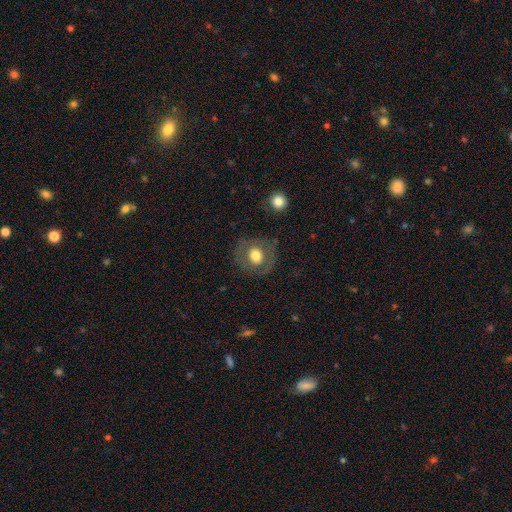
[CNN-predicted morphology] smooth_or_featured: smooth (p=0.59) [alt: featured or disk p=0.33]
how_rounded: round (p=0.82) [alt: in between p=0.17]
merging: none (p=0.78) [alt: minor disturbance p=0.13]